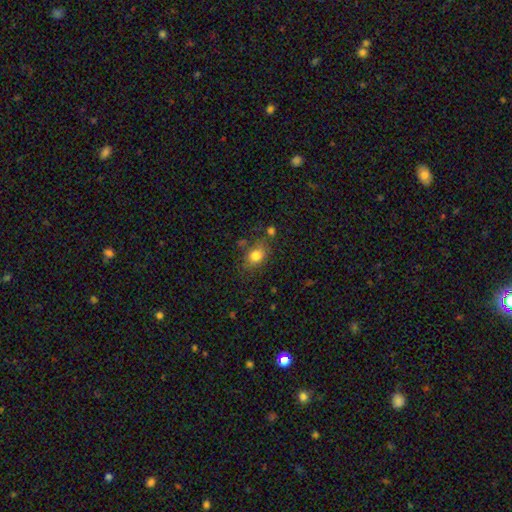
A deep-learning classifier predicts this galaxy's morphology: The model was most divided on "how rounded": in between: 60%, round: 38%, cigar-shaped: 2%. More confident: smooth or featured — smooth (80%); merging — none (69%).